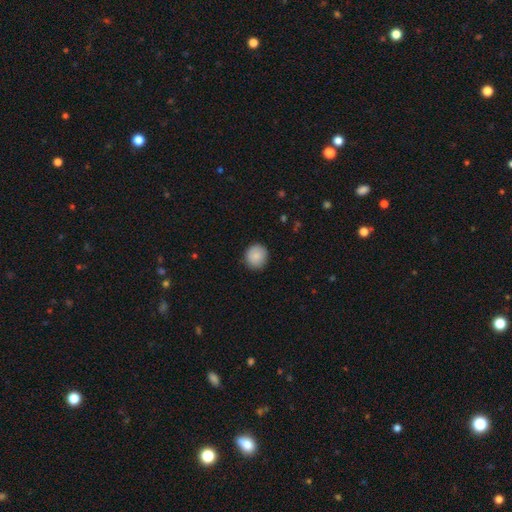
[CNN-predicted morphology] The model was most divided on "how rounded": round: 89%, in between: 10%, cigar-shaped: 1%. More confident: merging — none (88%); smooth or featured — smooth (88%).